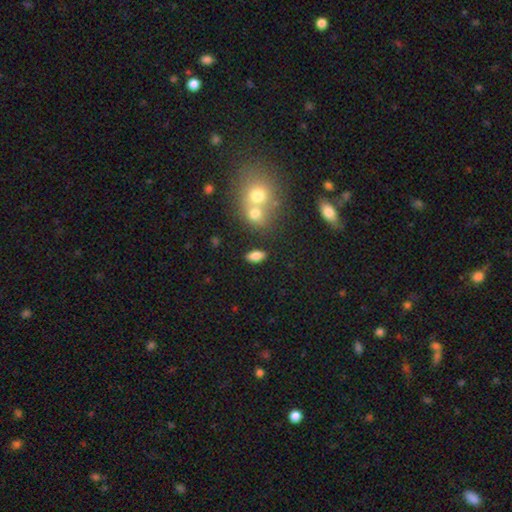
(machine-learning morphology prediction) Smooth or featured: smooth — 81% (star or artifact — 10%)
How rounded: in between — 90% (round — 6%)
Merging: none — 80% (minor disturbance — 9%)